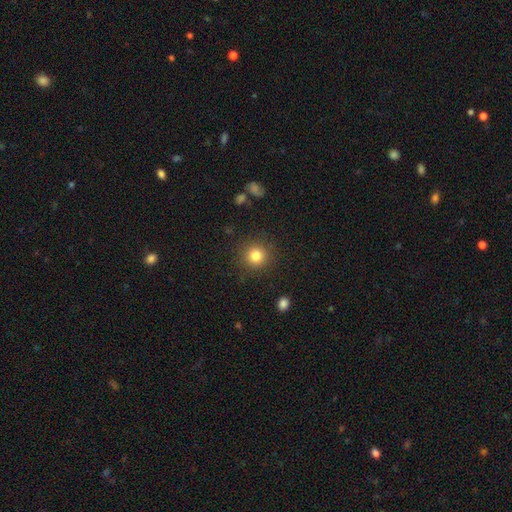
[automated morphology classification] smooth_or_featured: smooth (p=0.82) [alt: star or artifact p=0.11]
how_rounded: round (p=0.93) [alt: in between p=0.06]
merging: none (p=0.89) [alt: minor disturbance p=0.07]